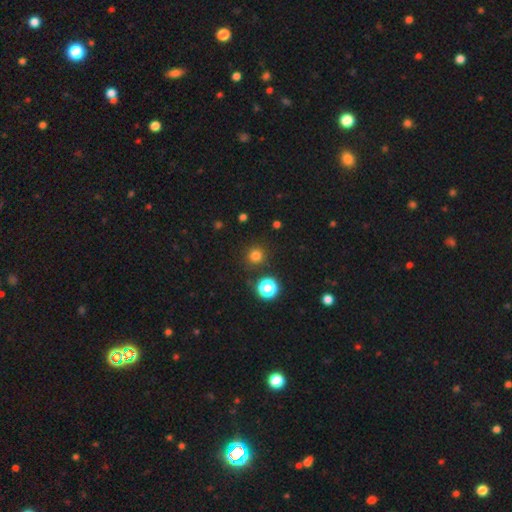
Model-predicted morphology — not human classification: Smooth or featured?
  - smooth: 77% *
  - star or artifact: 19%
  - featured or disk: 4%
How rounded?
  - round: 93% *
  - in between: 6%
  - cigar-shaped: 1%
Merging?
  - none: 88% *
  - minor disturbance: 6%
  - merger: 3%
  - major disturbance: 3%